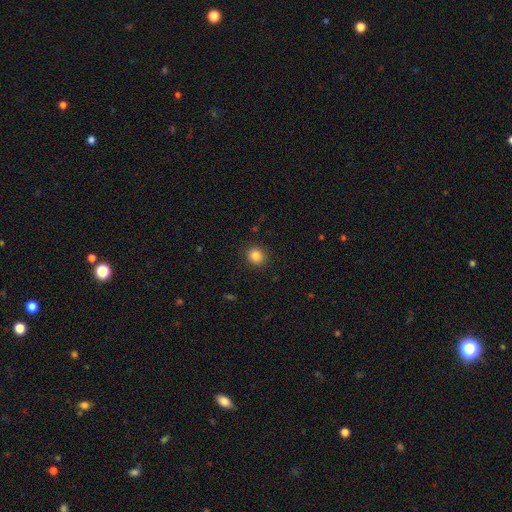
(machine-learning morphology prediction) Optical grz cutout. It shows a smooth galaxy with no disk features (84%) that is round (83%). Merging: none (91%).